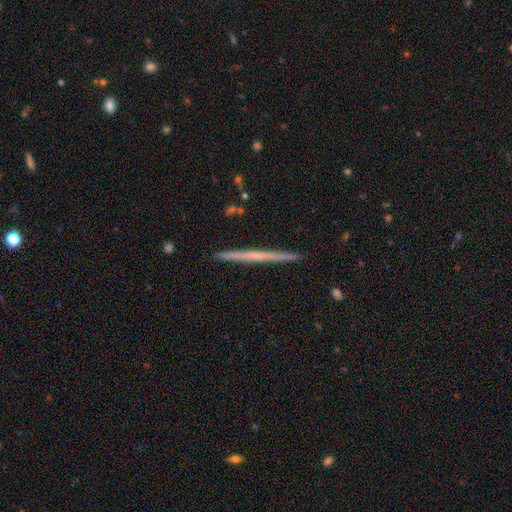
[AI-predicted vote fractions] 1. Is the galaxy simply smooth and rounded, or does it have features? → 59% featured or disk, 36% smooth, 6% star or artifact.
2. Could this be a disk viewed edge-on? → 98% yes, 2% no.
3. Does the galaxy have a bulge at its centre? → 84% none, 13% rounded, 3% boxy.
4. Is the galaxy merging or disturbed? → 93% none, 5% minor disturbance, 1% merger, 1% major disturbance.